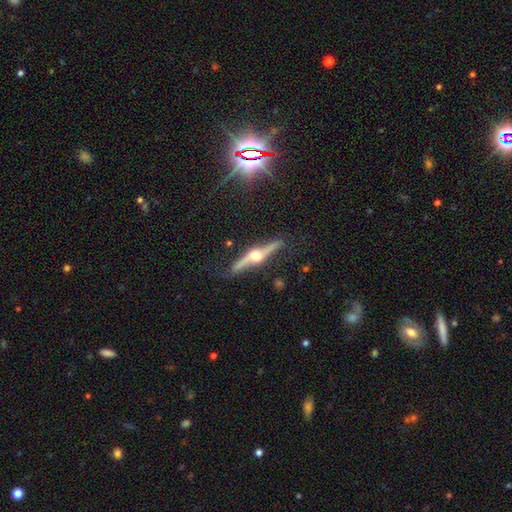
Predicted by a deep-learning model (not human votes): Smooth or featured? Predicted: featured or disk (p=0.83). Edge-on disk? Predicted: yes (p=0.95). Edge-on bulge? Predicted: rounded (p=0.96). Merging? Predicted: none (p=0.82).